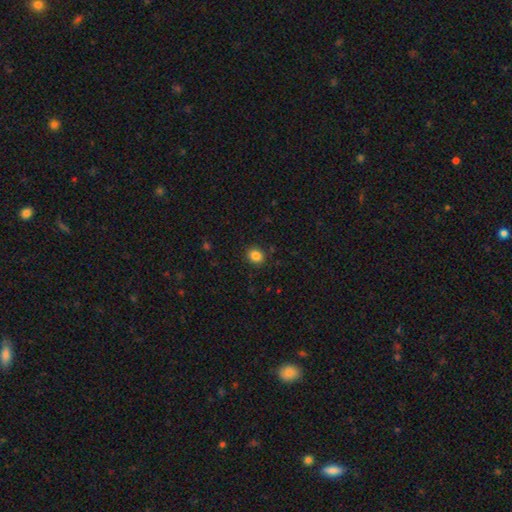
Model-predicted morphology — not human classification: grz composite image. It shows a smooth galaxy with no disk features (85%) that is round (63%). Merging: none (89%).